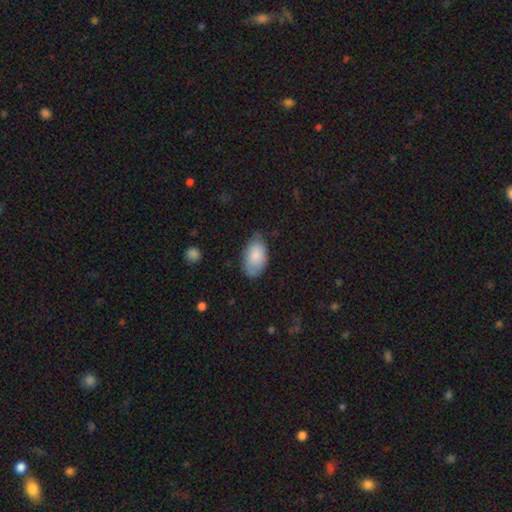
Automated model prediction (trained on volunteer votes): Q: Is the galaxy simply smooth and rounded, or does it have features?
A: smooth — 85%.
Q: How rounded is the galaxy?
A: in between — 94%.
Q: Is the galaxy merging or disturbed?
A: none — 63%.